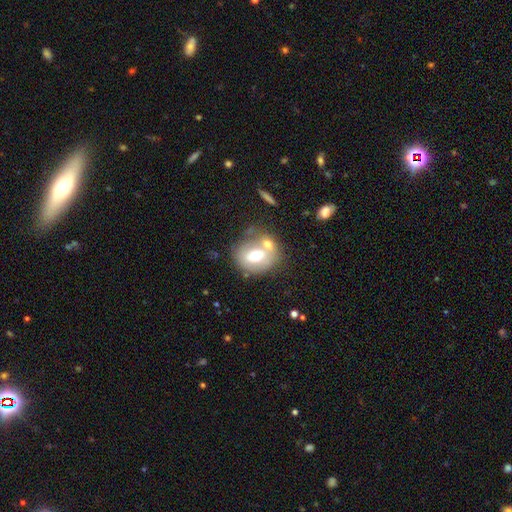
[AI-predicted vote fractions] Smooth or featured: smooth — 57% (featured or disk — 35%)
How rounded: round — 54% (in between — 45%)
Merging: none — 45% (merger — 36%)